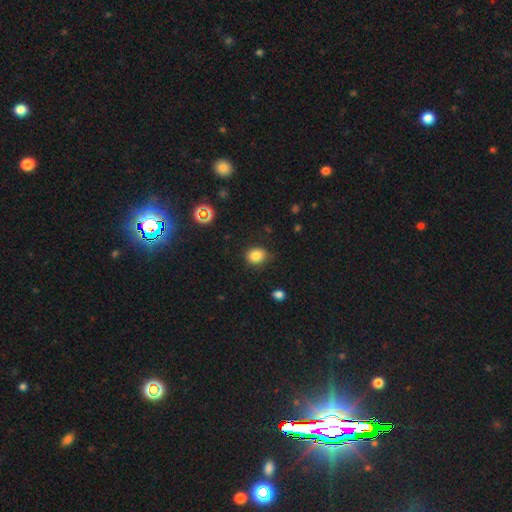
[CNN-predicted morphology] A smooth galaxy with no disk features (83%) that is round (56%).

Vote fractions:
- Smooth or featured? smooth: 83% / star or artifact: 12% / featured or disk: 6%
- How rounded? round: 56% / in between: 43% / cigar-shaped: 1%
- Merging? none: 80% / minor disturbance: 15% / major disturbance: 3% / merger: 2%